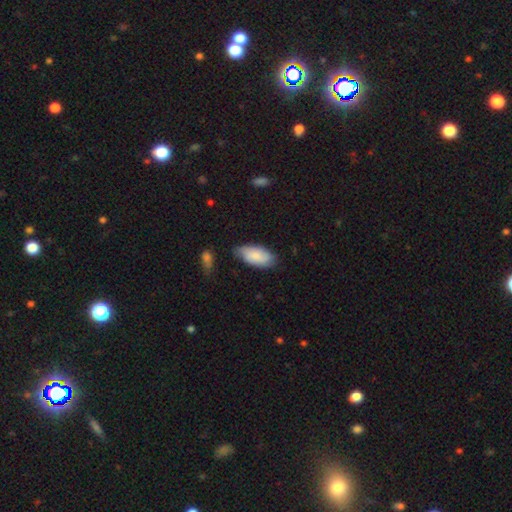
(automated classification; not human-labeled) Overall: smooth (80%). How rounded: in between (92%). Merging: none (68%).